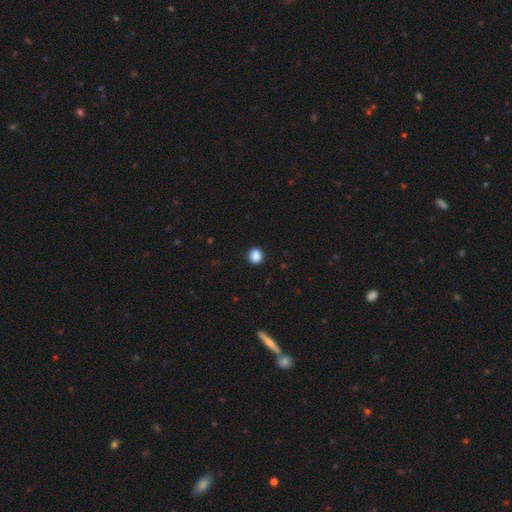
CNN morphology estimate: smooth-or-featured: smooth: 88% | star or artifact: 10% | featured or disk: 2%
  how-rounded: round: 87% | in between: 12% | cigar-shaped: 1%
  merging: none: 92% | minor disturbance: 5% | major disturbance: 2% | merger: 1%